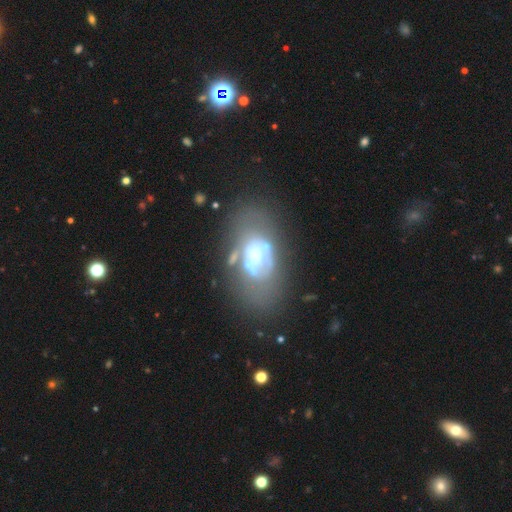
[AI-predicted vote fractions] This is likely a featured or disk galaxy (67%). It is clearly not viewed edge-on (94%). Bar: likely no (74%). Spiral arm pattern: possibly no (59%). Central bulge: marginally moderate (36%). Merging: possibly none (45%).